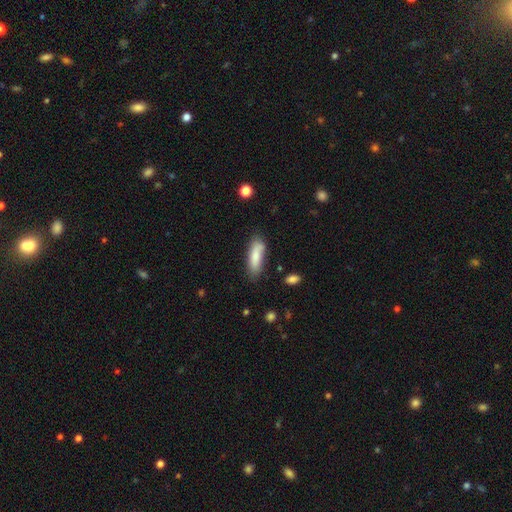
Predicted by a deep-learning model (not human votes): smooth_or_featured: smooth (p=0.81) [alt: featured or disk p=0.13]
how_rounded: in between (p=0.53) [alt: cigar-shaped p=0.46]
merging: none (p=0.69) [alt: minor disturbance p=0.21]